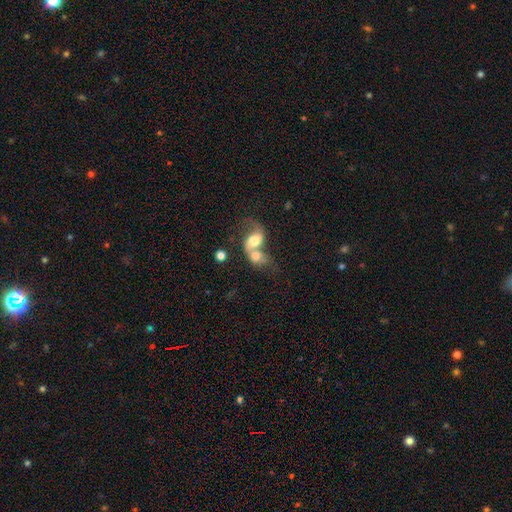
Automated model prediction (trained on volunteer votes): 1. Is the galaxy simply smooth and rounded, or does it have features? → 48% smooth, 43% featured or disk, 9% star or artifact.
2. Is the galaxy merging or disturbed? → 79% merger, 10% none, 7% major disturbance, 5% minor disturbance.